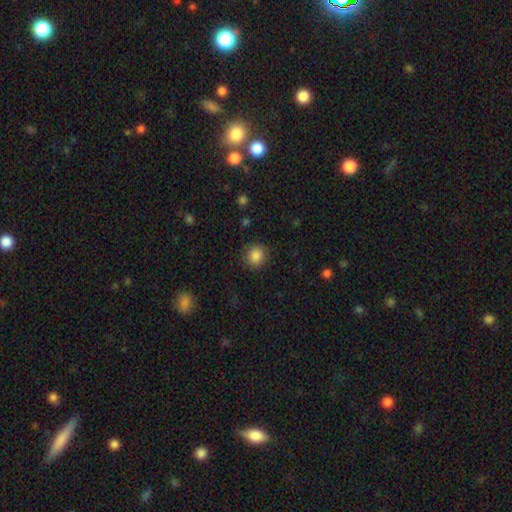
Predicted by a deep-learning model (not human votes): This is clearly a smooth galaxy (85%). How rounded: clearly round (86%). Merging: clearly none (89%).